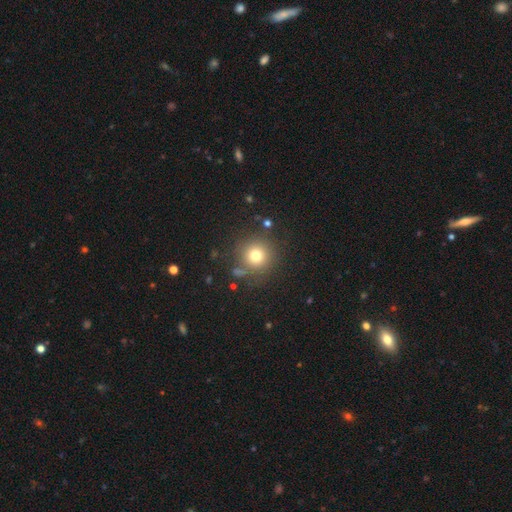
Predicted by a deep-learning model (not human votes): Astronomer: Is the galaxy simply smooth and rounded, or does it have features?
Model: smooth — 76%.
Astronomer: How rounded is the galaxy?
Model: round — 94%.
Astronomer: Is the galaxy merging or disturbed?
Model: none — 82%.